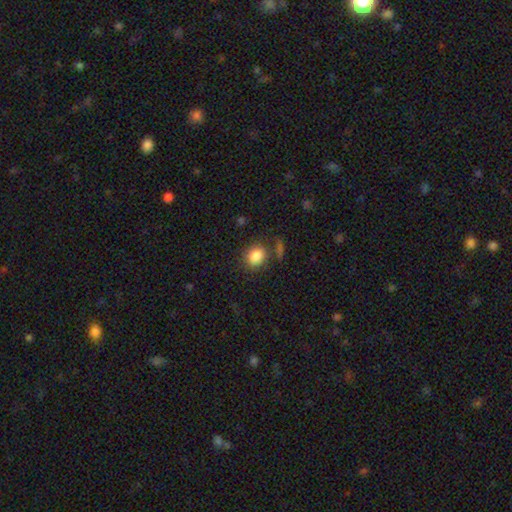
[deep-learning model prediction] A smooth galaxy with no disk features (85%) that is round (53%).

Vote fractions:
- Smooth or featured? smooth: 85% / star or artifact: 9% / featured or disk: 5%
- How rounded? round: 53% / in between: 46% / cigar-shaped: 1%
- Merging? none: 75% / minor disturbance: 13% / merger: 7% / major disturbance: 5%